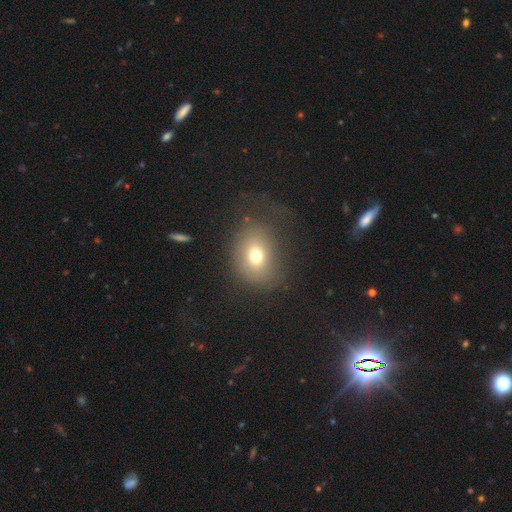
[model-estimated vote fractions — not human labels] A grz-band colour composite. It shows a smooth galaxy with no disk features (71%) that is in between round and cigar-shaped (54%). Merging: none (59%).